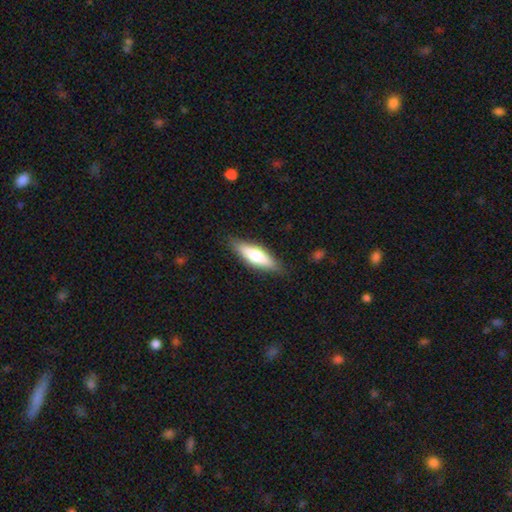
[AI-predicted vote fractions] A smooth galaxy with no disk features (61%) that is cigar-shaped (54%).

Vote fractions:
- Smooth or featured? smooth: 61% / featured or disk: 33% / star or artifact: 6%
- How rounded? cigar-shaped: 54% / in between: 44% / round: 2%
- Merging? none: 85% / minor disturbance: 12% / major disturbance: 2% / merger: 1%